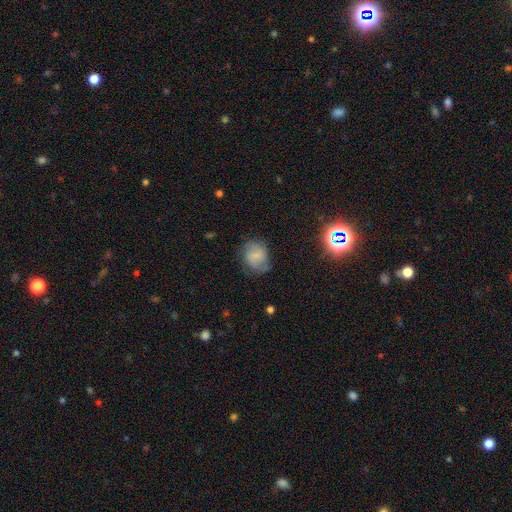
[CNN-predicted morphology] smooth-or-featured: smooth: 45% (tied) | featured or disk: 45% (tied) | star or artifact: 10%
  merging: none: 66% | minor disturbance: 23% | major disturbance: 10% | merger: 2%